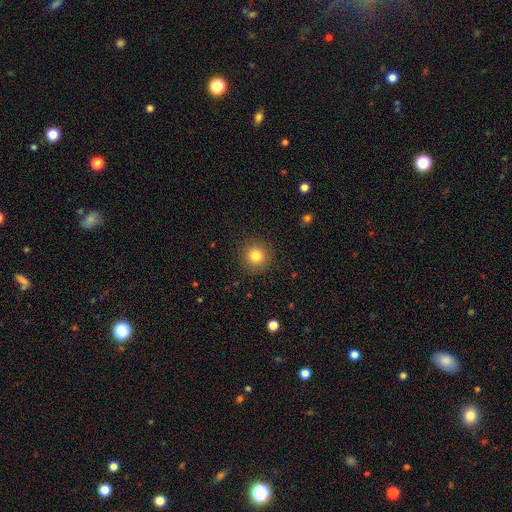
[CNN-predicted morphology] smooth-or-featured: smooth: 82% | star or artifact: 11% | featured or disk: 7%
  how-rounded: round: 94% | in between: 5% | cigar-shaped: 1%
  merging: none: 91% | minor disturbance: 6% | major disturbance: 2% | merger: 1%